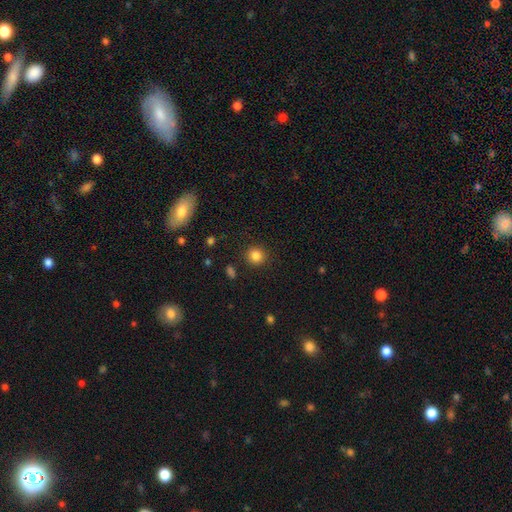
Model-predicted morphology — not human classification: Smooth or featured? smooth (85%)
How rounded? round (90%)
Merging? none (90%)